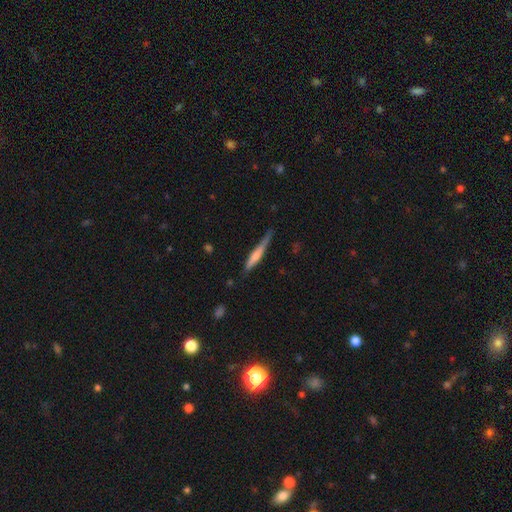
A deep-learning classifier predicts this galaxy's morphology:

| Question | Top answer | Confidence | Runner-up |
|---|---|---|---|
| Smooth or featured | smooth | 54% | featured or disk (40%) |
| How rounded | cigar-shaped | 93% | in between (6%) |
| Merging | none | 65% | minor disturbance (27%) |